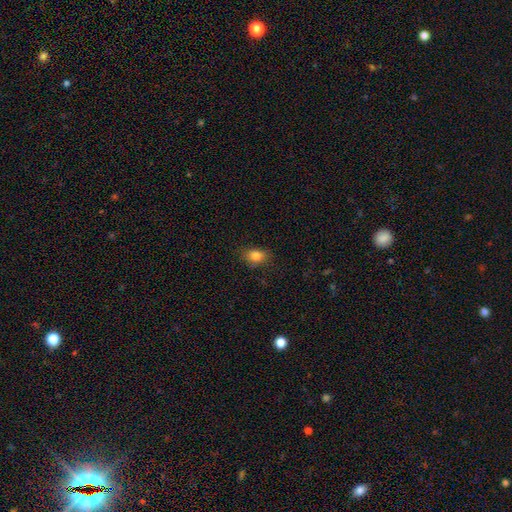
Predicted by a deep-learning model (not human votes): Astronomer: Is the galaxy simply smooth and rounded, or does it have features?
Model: smooth — 83%.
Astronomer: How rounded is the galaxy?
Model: in between — 66%.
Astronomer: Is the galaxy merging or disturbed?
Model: none — 79%.